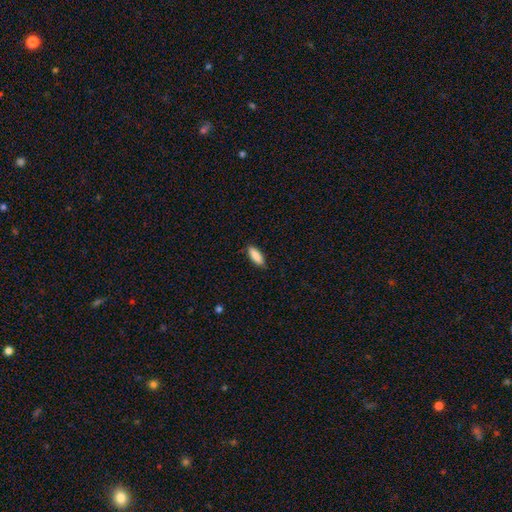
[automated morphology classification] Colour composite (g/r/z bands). It shows a smooth galaxy with no disk features (89%) that is in between round and cigar-shaped (65%). Merging: none (86%).